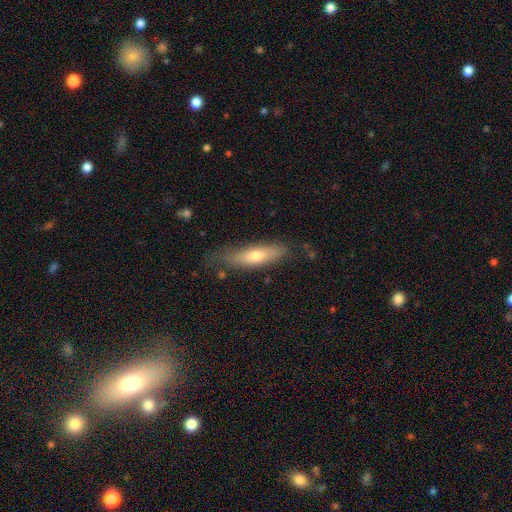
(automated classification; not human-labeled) Overall: smooth (63%; featured or disk 31%). How rounded: cigar-shaped (62%; in between 36%). Merging: none (72%).